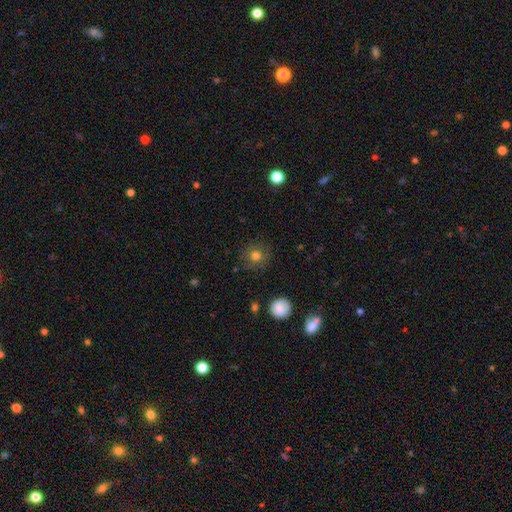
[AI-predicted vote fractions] Q: Smooth or featured?
A: smooth (76%); runner-up: star or artifact (14%)
Q: How rounded?
A: round (93%); runner-up: in between (6%)
Q: Merging?
A: none (85%); runner-up: minor disturbance (10%)